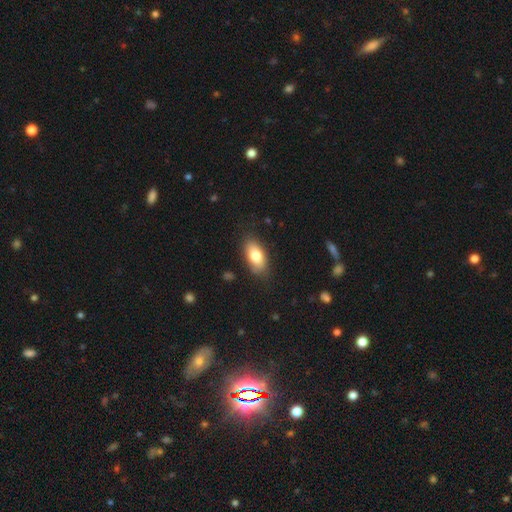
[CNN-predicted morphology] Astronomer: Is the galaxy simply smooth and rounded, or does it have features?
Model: smooth — 79%.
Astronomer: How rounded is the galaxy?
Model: in between — 90%.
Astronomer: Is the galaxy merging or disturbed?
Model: none — 82%.